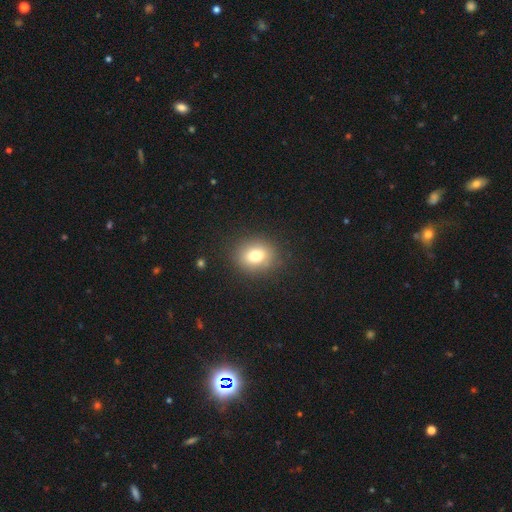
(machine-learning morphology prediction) smooth_or_featured: smooth (p=0.77) [alt: star or artifact p=0.12]
how_rounded: round (p=0.62) [alt: in between p=0.37]
merging: none (p=0.86) [alt: minor disturbance p=0.09]